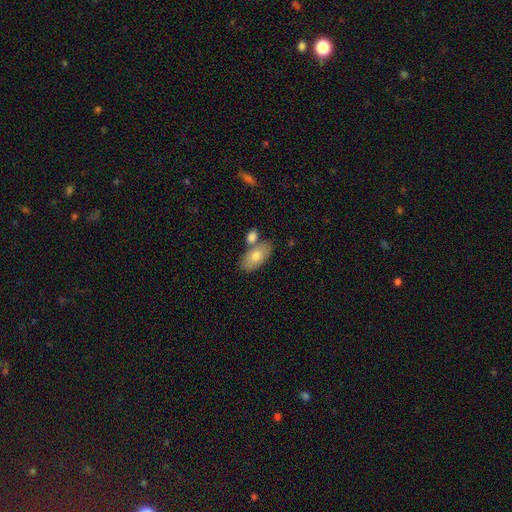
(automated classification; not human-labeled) Smooth or featured?
  - smooth: 74% *
  - featured or disk: 19%
  - star or artifact: 6%
How rounded?
  - in between: 92% *
  - round: 5%
  - cigar-shaped: 4%
Merging?
  - none: 59% *
  - merger: 25%
  - minor disturbance: 12%
  - major disturbance: 3%